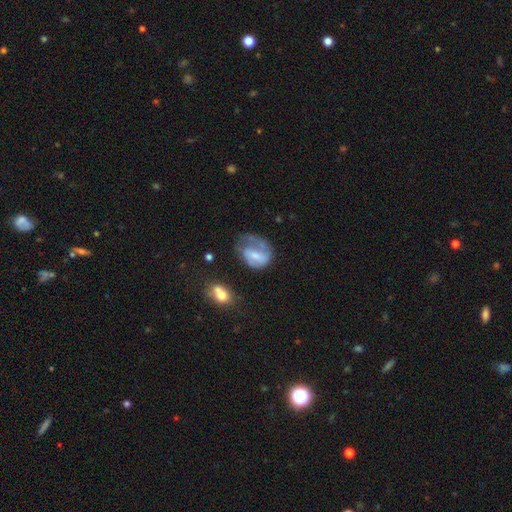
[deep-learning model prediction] The model was most divided on "merging" (2-way tie): major disturbance: 34%, none: 34%, minor disturbance: 27%, merger: 5%. Remaining: edge-on disk — no (96%); spiral arms — yes (63%); smooth or featured — featured or disk (54%); bar — weak (45%); bulge size — small (42%).